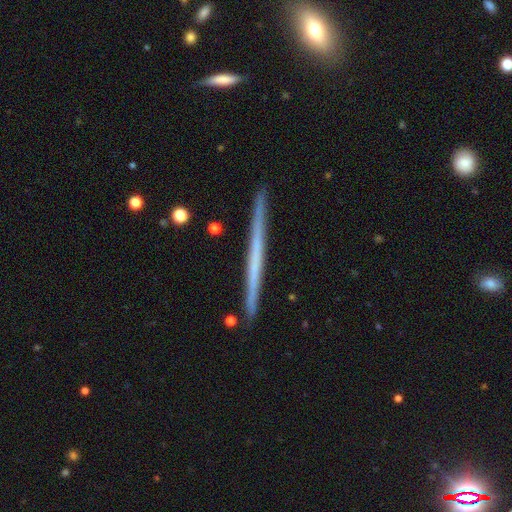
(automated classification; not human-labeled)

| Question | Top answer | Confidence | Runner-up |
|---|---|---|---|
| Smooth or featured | featured or disk | 61% | smooth (32%) |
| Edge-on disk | yes | 98% | no (2%) |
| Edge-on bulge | none | 88% | rounded (9%) |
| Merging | none | 91% | minor disturbance (7%) |